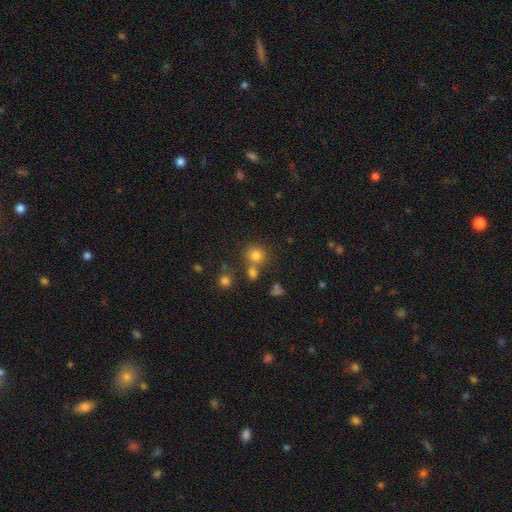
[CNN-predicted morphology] smooth-or-featured: smooth: 78% | star or artifact: 15% | featured or disk: 7%
  how-rounded: round: 85% | in between: 14% | cigar-shaped: 1%
  merging: none: 64% | merger: 23% | minor disturbance: 9% | major disturbance: 4%